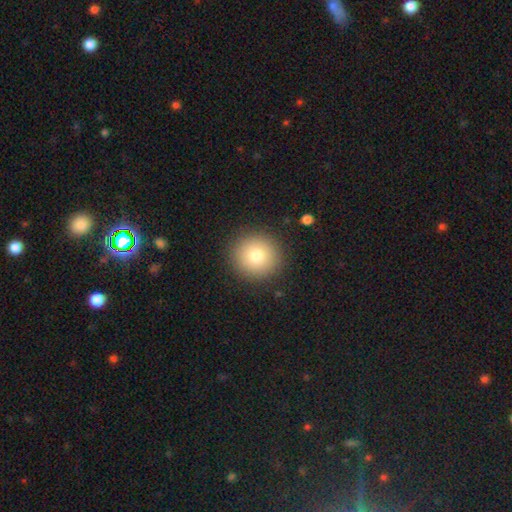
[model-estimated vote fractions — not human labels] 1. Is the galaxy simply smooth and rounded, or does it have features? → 80% smooth, 10% star or artifact, 10% featured or disk.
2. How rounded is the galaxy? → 92% round, 8% in between, 1% cigar-shaped.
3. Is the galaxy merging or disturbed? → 90% none, 6% minor disturbance, 2% major disturbance, 1% merger.